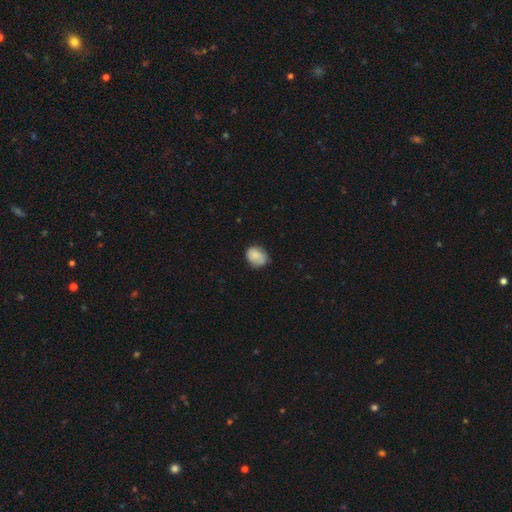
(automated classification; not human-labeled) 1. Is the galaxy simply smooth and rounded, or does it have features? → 81% smooth, 11% featured or disk, 8% star or artifact.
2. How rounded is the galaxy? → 55% round, 44% in between, 1% cigar-shaped.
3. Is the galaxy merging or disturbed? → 68% none, 25% minor disturbance, 5% major disturbance, 2% merger.